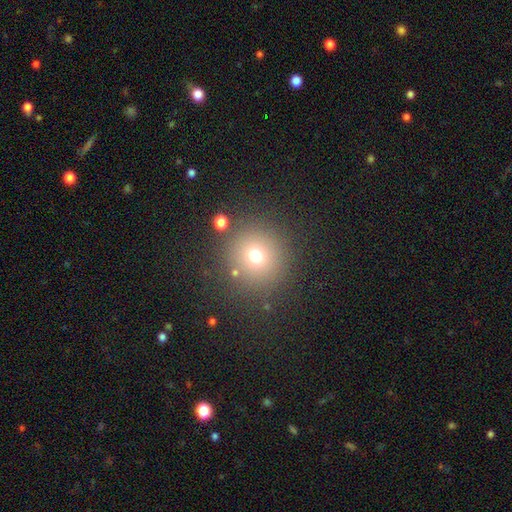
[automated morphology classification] Smooth or featured? smooth (70%)
How rounded? round (95%)
Merging? none (84%)